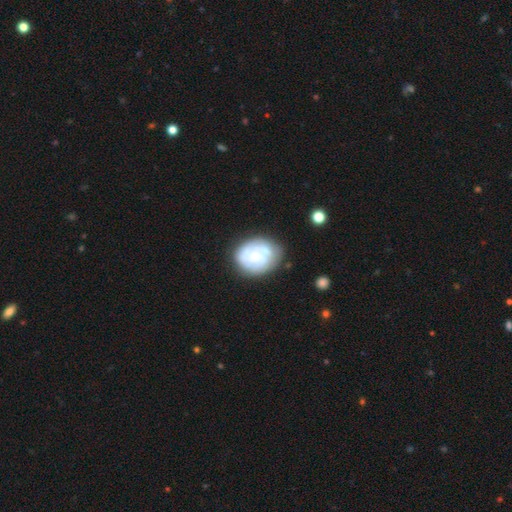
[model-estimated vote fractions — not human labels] Smooth or featured: featured or disk — 60% (smooth — 33%)
Edge-on disk: no — 98% (yes — 2%)
Bar: no — 72% (weak — 23%)
Spiral arms: yes — 74% (no — 26%)
Bulge size: small — 63% (moderate — 20%)
Merging: none — 64% (minor disturbance — 23%)